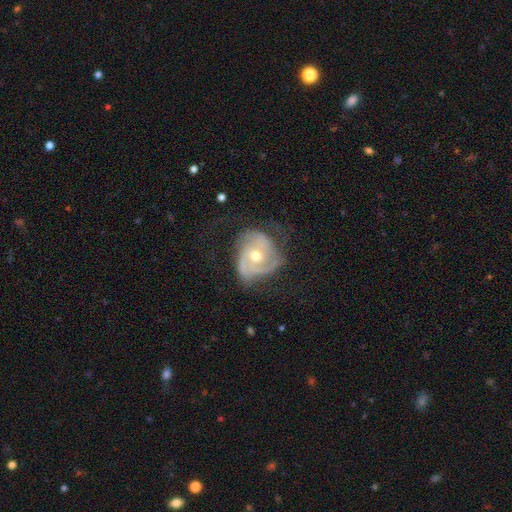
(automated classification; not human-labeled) Morphology: type=featured or disk (82%); edge-on=no (97%); bar=no (74%); spiral arms=yes (91%); winding=tight (47%); arm count=3 (43%); bulge=moderate (63%); merging=none (51%).